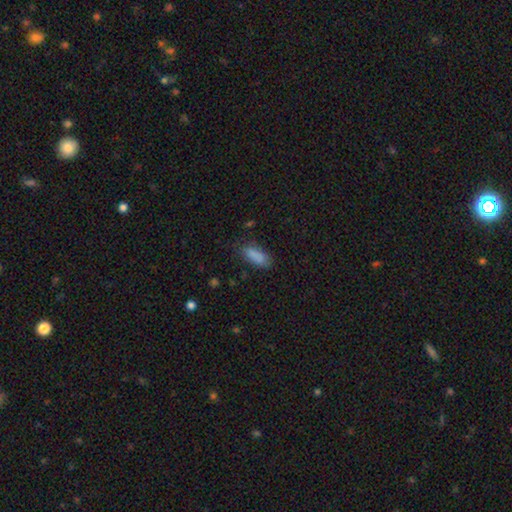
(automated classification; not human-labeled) A smooth galaxy with no disk features (84%) that is in between round and cigar-shaped (78%). Merging: none (68%).